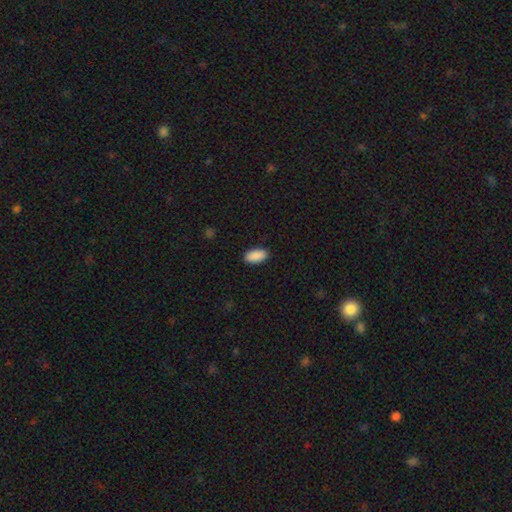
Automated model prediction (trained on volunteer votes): This is clearly a smooth galaxy (91%). How rounded: clearly in between (94%). Merging: clearly none (89%).